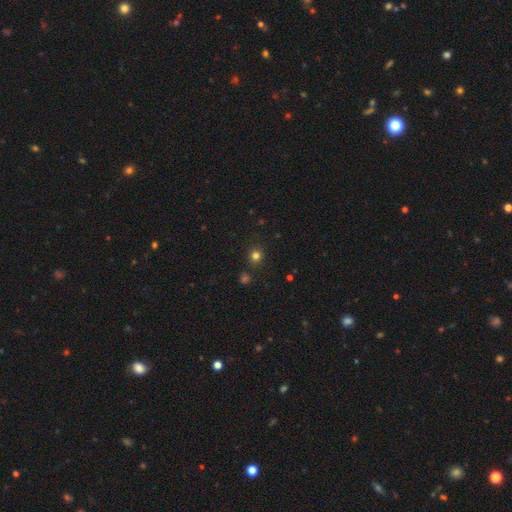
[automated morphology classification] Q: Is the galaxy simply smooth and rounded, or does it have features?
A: smooth — 77%.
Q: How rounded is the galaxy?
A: round — 90%.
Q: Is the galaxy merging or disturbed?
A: none — 87%.